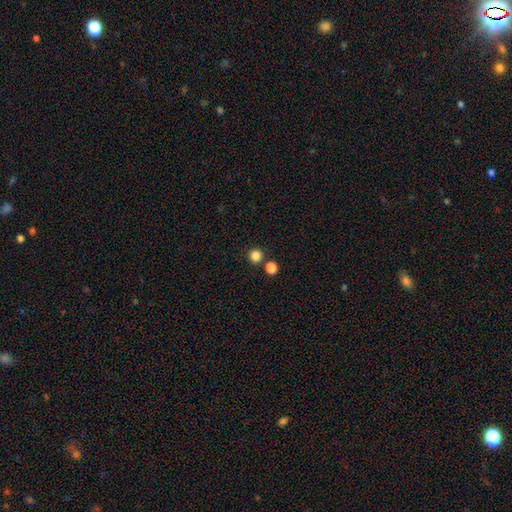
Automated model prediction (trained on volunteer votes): A smooth galaxy with no disk features (84%) that is round (92%).

Vote fractions:
- Smooth or featured? smooth: 84% / star or artifact: 12% / featured or disk: 3%
- How rounded? round: 92% / in between: 7% / cigar-shaped: 1%
- Merging? none: 80% / merger: 11% / minor disturbance: 6% / major disturbance: 2%